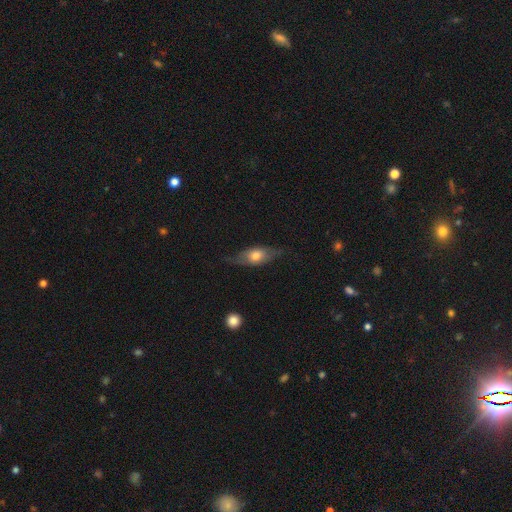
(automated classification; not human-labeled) This is possibly a smooth galaxy (47%). Merging: likely none (72%).